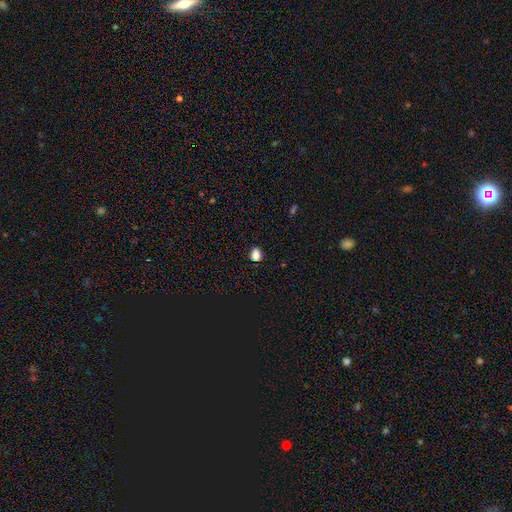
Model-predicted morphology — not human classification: smooth-or-featured: smooth: 76% | star or artifact: 20% | featured or disk: 4%
  how-rounded: in between: 64% | round: 35% | cigar-shaped: 2%
  merging: none: 85% | minor disturbance: 11% | major disturbance: 3% | merger: 2%